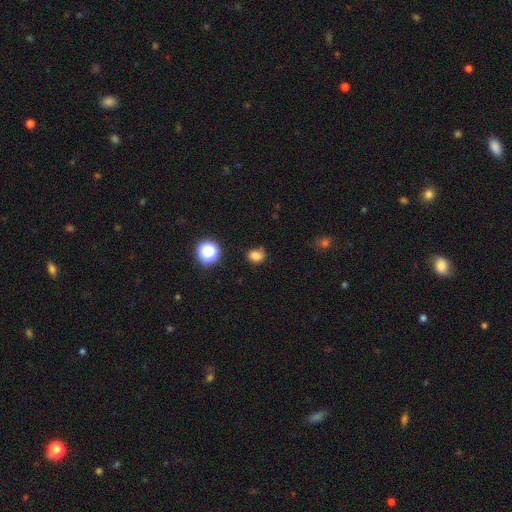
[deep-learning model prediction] smooth-or-featured: smooth: 78% | star or artifact: 16% | featured or disk: 6%
  how-rounded: round: 56% | in between: 43% | cigar-shaped: 1%
  merging: none: 71% | minor disturbance: 21% | major disturbance: 5% | merger: 3%